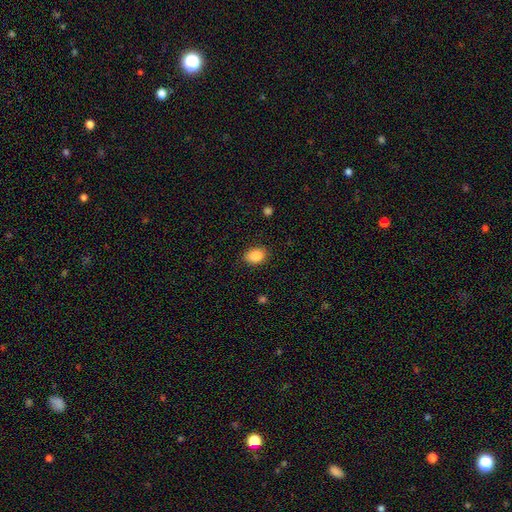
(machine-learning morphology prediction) This appears to be a smooth galaxy with no disk features (88%) that is in between round and cigar-shaped (78%). Merging: none (85%).